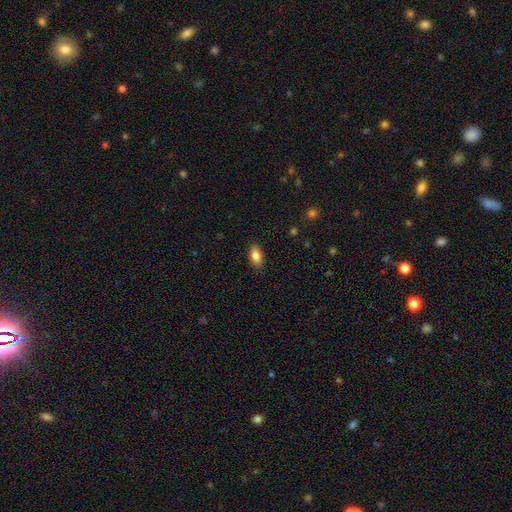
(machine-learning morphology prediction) Smooth or featured?
  - smooth: 85% *
  - star or artifact: 8%
  - featured or disk: 7%
How rounded?
  - in between: 90% *
  - round: 6%
  - cigar-shaped: 4%
Merging?
  - none: 88% *
  - minor disturbance: 9%
  - major disturbance: 2%
  - merger: 1%